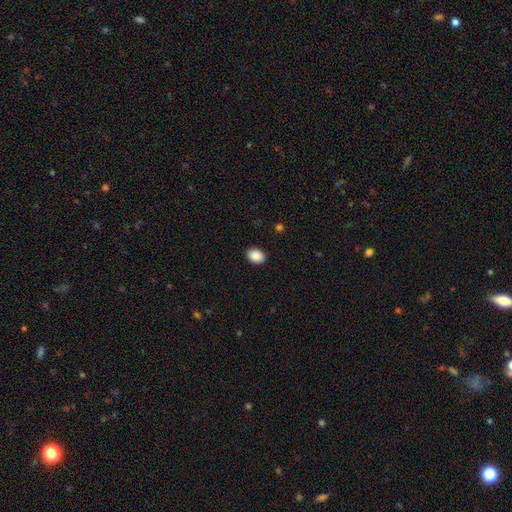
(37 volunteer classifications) Smooth or featured?
  - smooth: 97% *
  - star or artifact: 3%
  - featured or disk: 0%
How rounded?
  - in between: 75% *
  - round: 25%
  - cigar-shaped: 0%
Merging?
  - none: 92% *
  - minor disturbance: 6%
  - major disturbance: 3%
  - merger: 0%